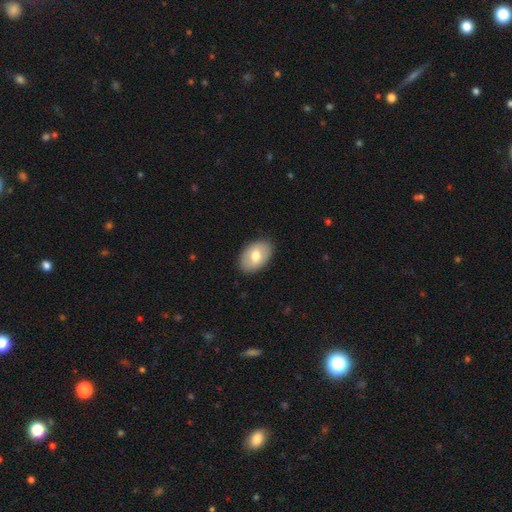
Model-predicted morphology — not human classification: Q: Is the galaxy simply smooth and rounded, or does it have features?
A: smooth — 70%.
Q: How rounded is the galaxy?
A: in between — 89%.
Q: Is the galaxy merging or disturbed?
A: none — 88%.